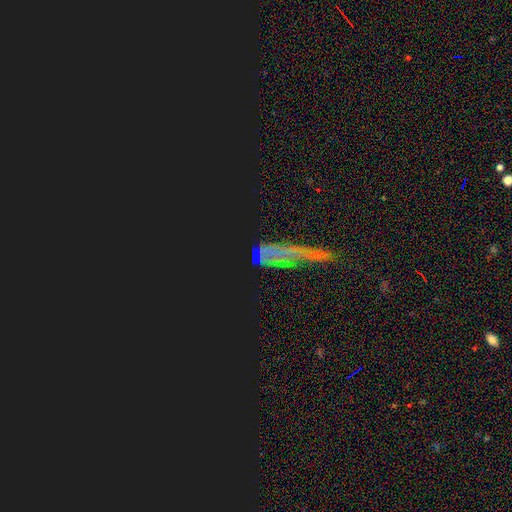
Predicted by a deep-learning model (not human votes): Smooth or featured? Predicted: star or artifact (p=0.73).